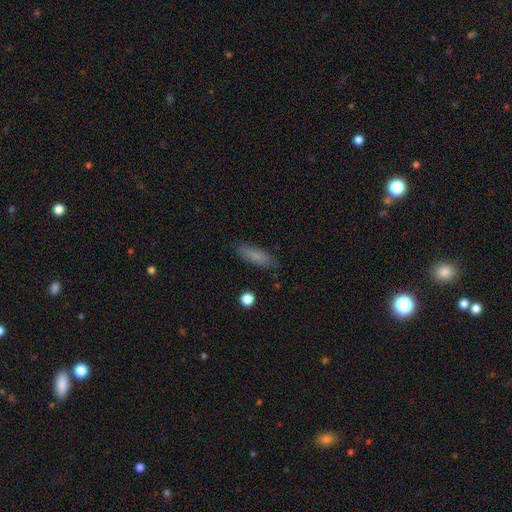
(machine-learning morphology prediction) This is clearly a smooth galaxy (81%). How rounded: possibly cigar-shaped (56%). Merging: clearly none (83%).